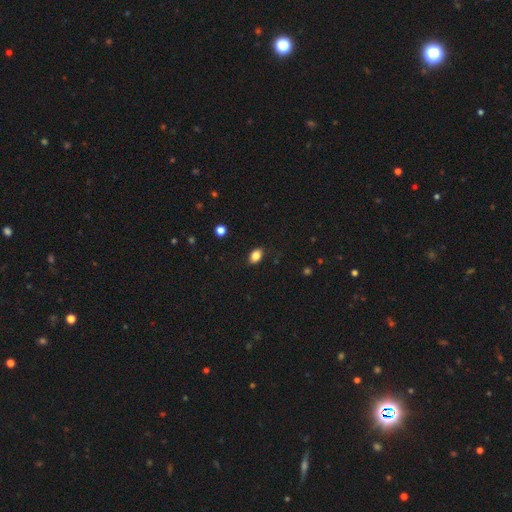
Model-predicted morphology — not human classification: The model was most divided on "how rounded": in between: 85%, round: 13%, cigar-shaped: 2%. More confident: merging — none (86%); smooth or featured — smooth (84%).